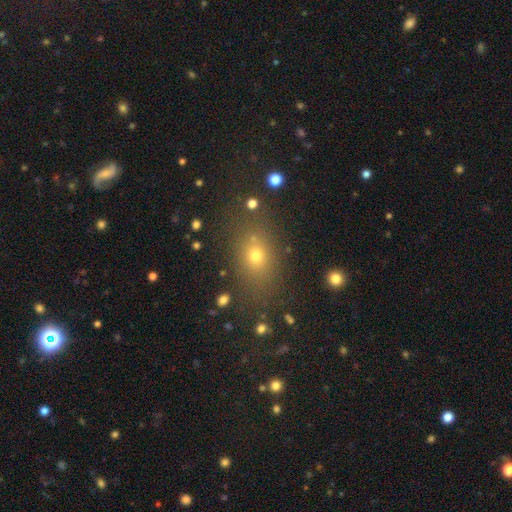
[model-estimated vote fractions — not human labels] Overall: smooth (68%). How rounded: in between (60%; round 36%). Merging: none (77%).